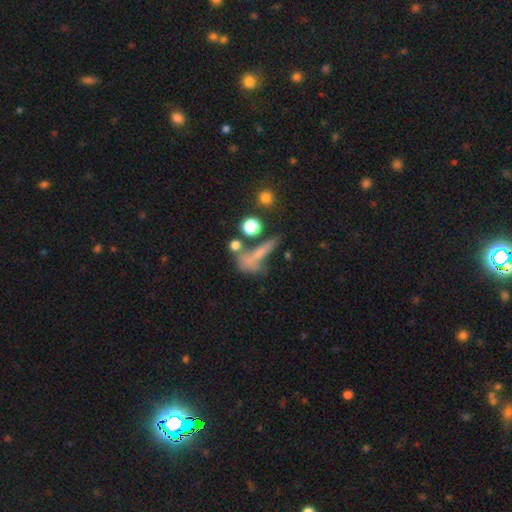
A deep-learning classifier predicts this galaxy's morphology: Smooth or featured? Predicted: smooth (p=0.51). How rounded? Predicted: cigar-shaped (p=0.54). Merging? Predicted: none (p=0.37).